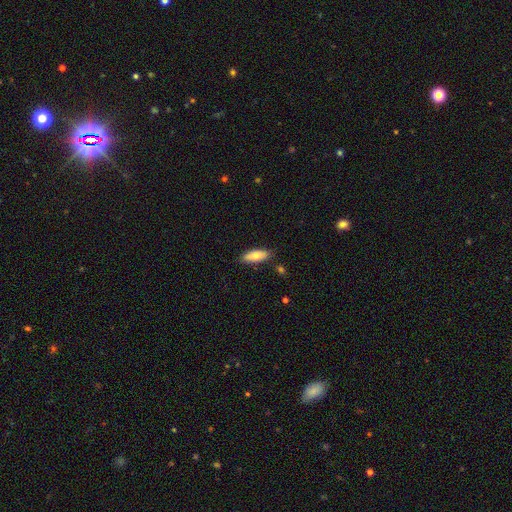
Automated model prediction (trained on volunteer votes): This appears to be a smooth galaxy with no disk features (77%) that is in between round and cigar-shaped (72%). Merging: none (84%).